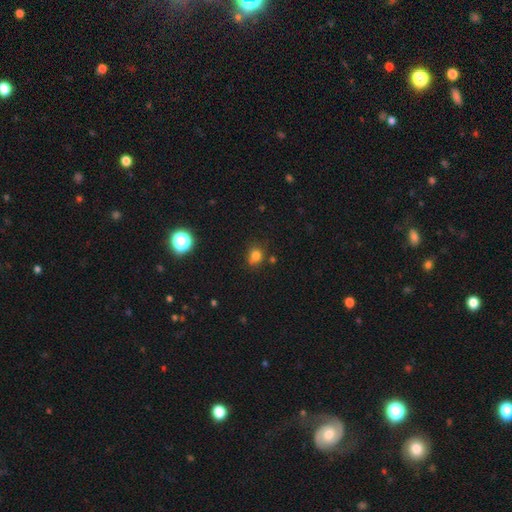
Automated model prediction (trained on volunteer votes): A smooth galaxy with no disk features (76%) that is round (69%).

Vote fractions:
- Smooth or featured? smooth: 76% / star or artifact: 16% / featured or disk: 8%
- How rounded? round: 69% / in between: 30% / cigar-shaped: 1%
- Merging? none: 65% / minor disturbance: 20% / merger: 8% / major disturbance: 6%